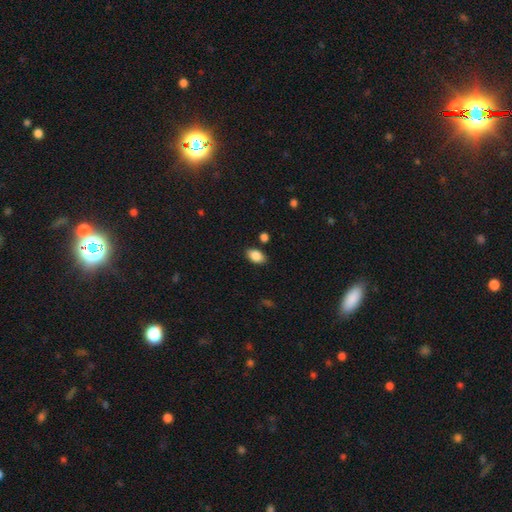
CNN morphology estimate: This appears to be a smooth galaxy with no disk features (87%) that is in between round and cigar-shaped (90%). Merging: none (84%).